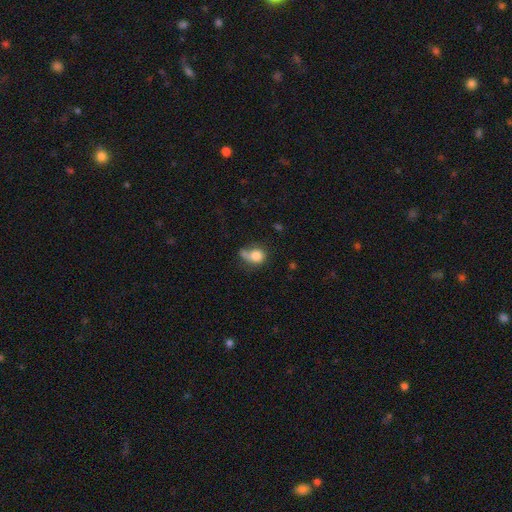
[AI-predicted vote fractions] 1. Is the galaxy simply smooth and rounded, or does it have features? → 78% smooth, 12% featured or disk, 9% star or artifact.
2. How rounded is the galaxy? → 68% round, 31% in between, 1% cigar-shaped.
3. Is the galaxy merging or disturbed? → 38% none, 24% merger, 21% minor disturbance, 17% major disturbance.